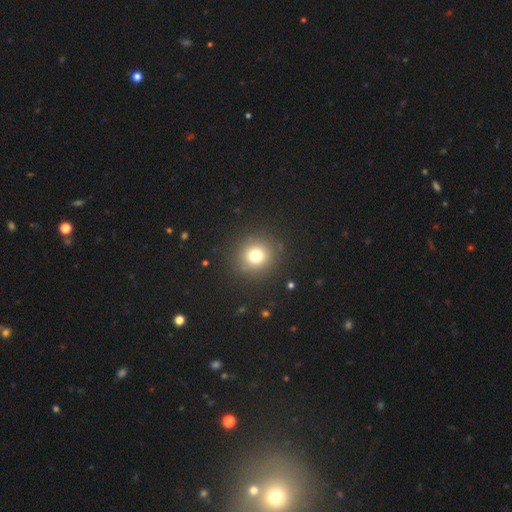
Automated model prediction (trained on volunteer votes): Q: Smooth or featured?
A: smooth (75%); runner-up: star or artifact (16%)
Q: How rounded?
A: round (92%); runner-up: in between (7%)
Q: Merging?
A: none (89%); runner-up: minor disturbance (7%)